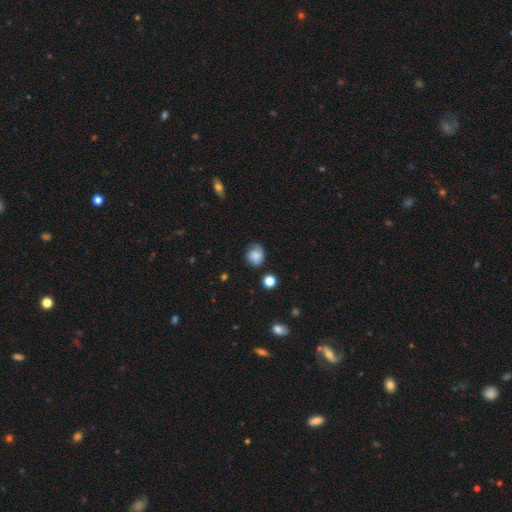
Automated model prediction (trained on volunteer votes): smooth-or-featured: smooth: 75% | featured or disk: 15% | star or artifact: 10%
  how-rounded: round: 69% | in between: 30% | cigar-shaped: 1%
  merging: none: 64% | minor disturbance: 27% | major disturbance: 7% | merger: 2%